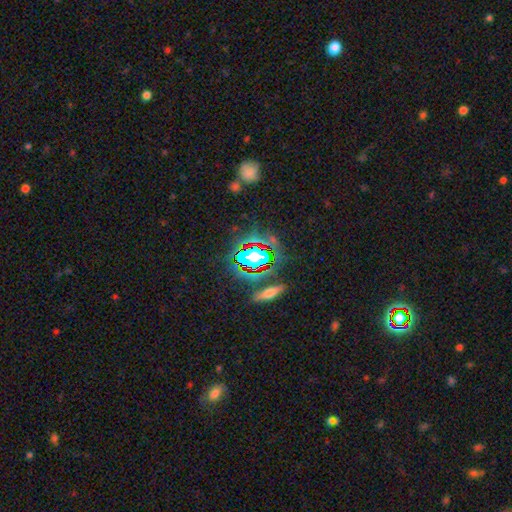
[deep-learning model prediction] star or artifact 60%, smooth 24%, featured or disk 16%.